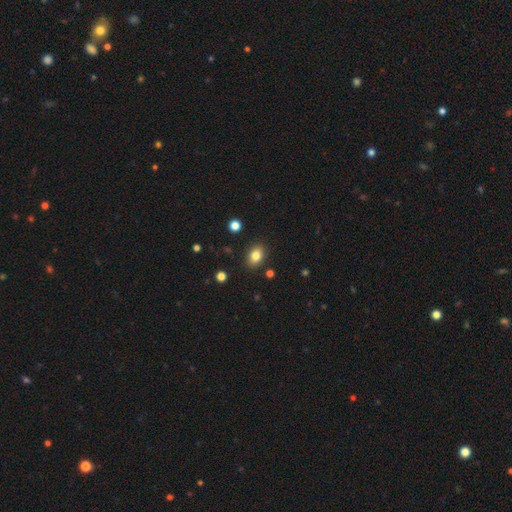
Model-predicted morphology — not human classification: Overall: smooth (82%). How rounded: in between (71%). Merging: none (87%).